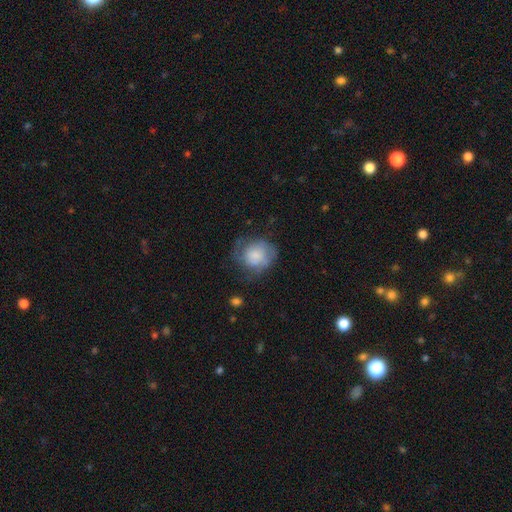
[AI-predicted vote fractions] Q: Smooth or featured?
A: smooth (64%); runner-up: featured or disk (28%)
Q: How rounded?
A: round (75%); runner-up: in between (24%)
Q: Merging?
A: none (48%); runner-up: minor disturbance (30%)